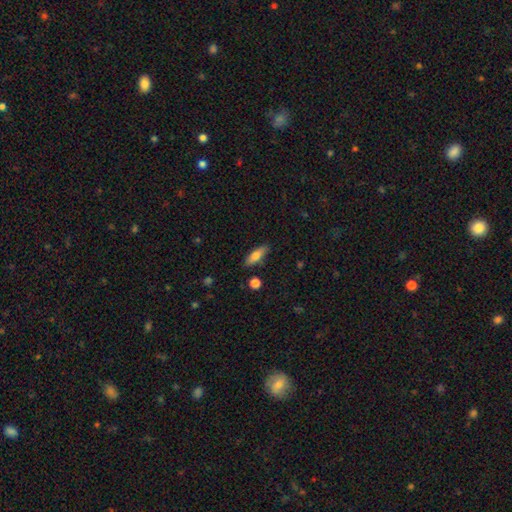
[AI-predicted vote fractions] smooth-or-featured: smooth: 74% | featured or disk: 19% | star or artifact: 7%
  how-rounded: in between: 51% | cigar-shaped: 46% | round: 3%
  merging: none: 83% | minor disturbance: 12% | merger: 2% | major disturbance: 2%